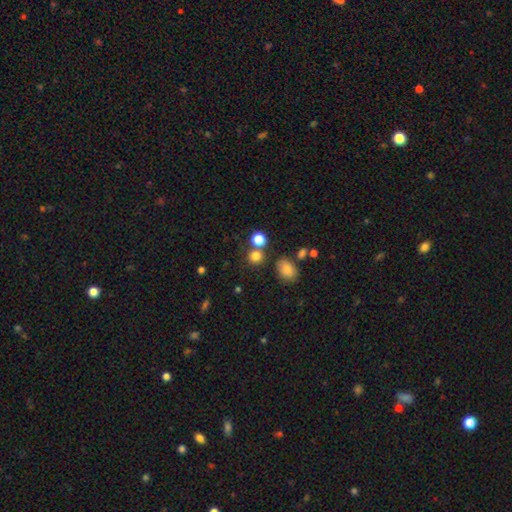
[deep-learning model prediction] Morphology: type=smooth (79%); roundness=round (86%); merging=none (69%).